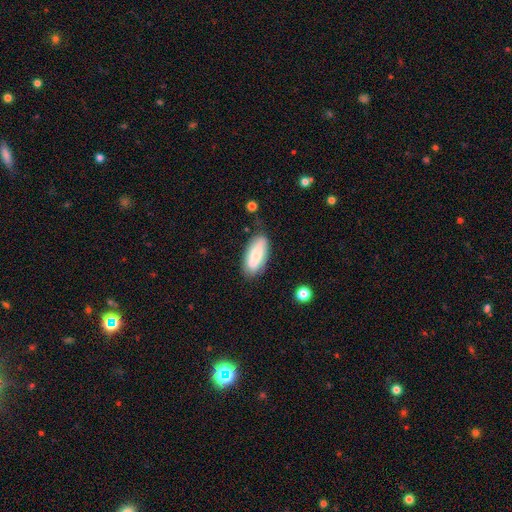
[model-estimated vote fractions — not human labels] Morphology: type=smooth (68%); roundness=in between (82%); merging=none (77%).